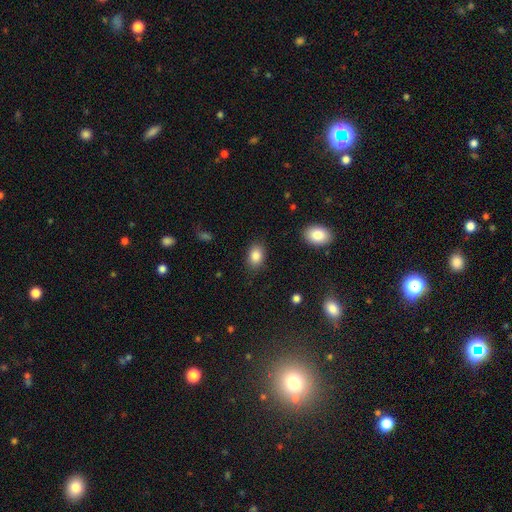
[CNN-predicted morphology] The model was most divided on "how rounded": in between: 80%, round: 19%, cigar-shaped: 1%. More confident: smooth or featured — smooth (86%); merging — none (85%).